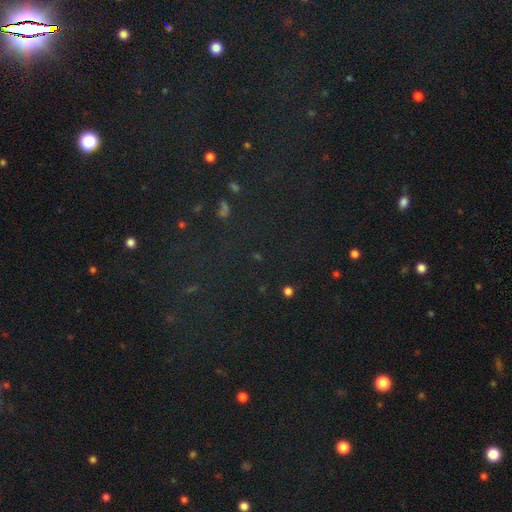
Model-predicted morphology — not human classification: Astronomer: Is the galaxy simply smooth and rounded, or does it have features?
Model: star or artifact — 72%.